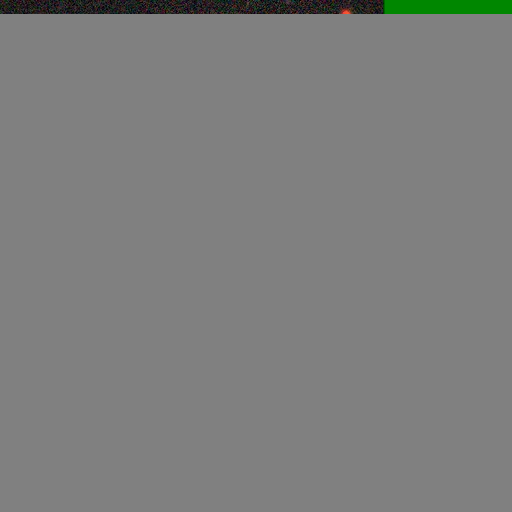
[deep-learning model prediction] This is likely a smooth galaxy (73%). How rounded: likely round (74%). Merging: possibly none (51%).